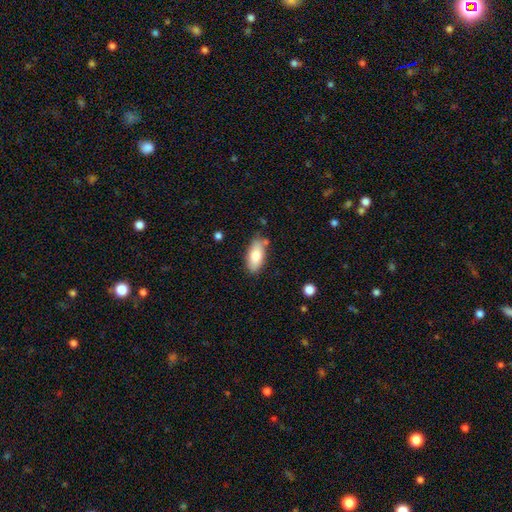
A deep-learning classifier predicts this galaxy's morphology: A smooth galaxy with no disk features (78%) that is in between round and cigar-shaped (89%).

Vote fractions:
- Smooth or featured? smooth: 78% / featured or disk: 15% / star or artifact: 7%
- How rounded? in between: 89% / cigar-shaped: 9% / round: 3%
- Merging? none: 79% / minor disturbance: 14% / merger: 4% / major disturbance: 3%